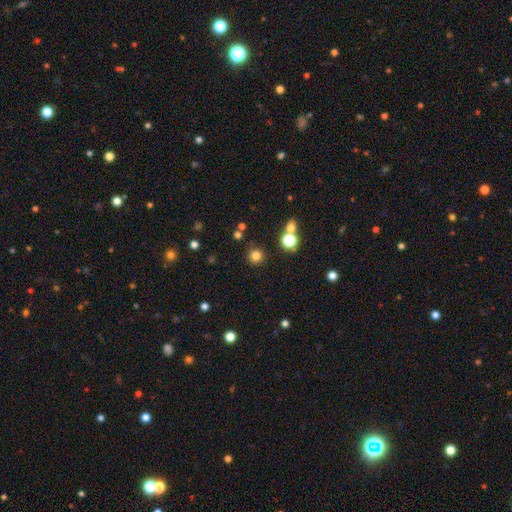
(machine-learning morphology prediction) This is likely a smooth galaxy (79%). How rounded: clearly round (94%). Merging: clearly none (86%).